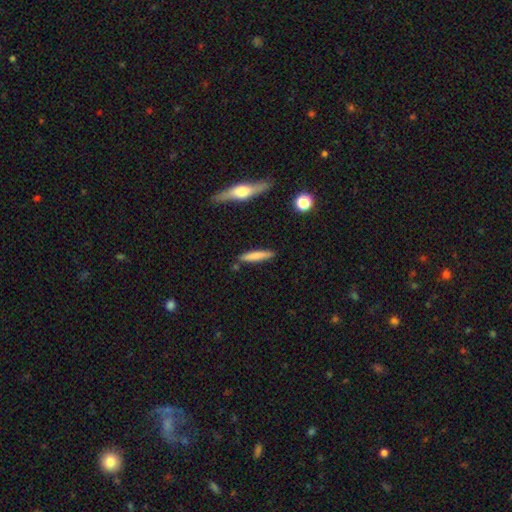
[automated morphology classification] smooth 72%, featured or disk 22%, star or artifact 6%. Down the decision tree: how rounded — cigar-shaped (87%); merging — none (84%).